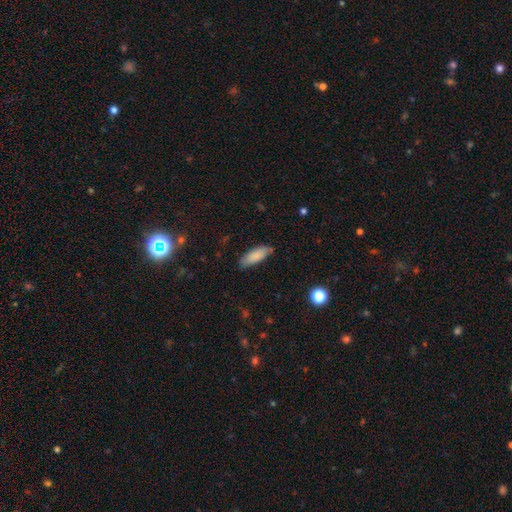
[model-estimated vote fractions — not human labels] smooth-or-featured: smooth: 85% | featured or disk: 9% | star or artifact: 6%
  how-rounded: in between: 69% | cigar-shaped: 29% | round: 2%
  merging: none: 80% | minor disturbance: 16% | major disturbance: 3% | merger: 2%